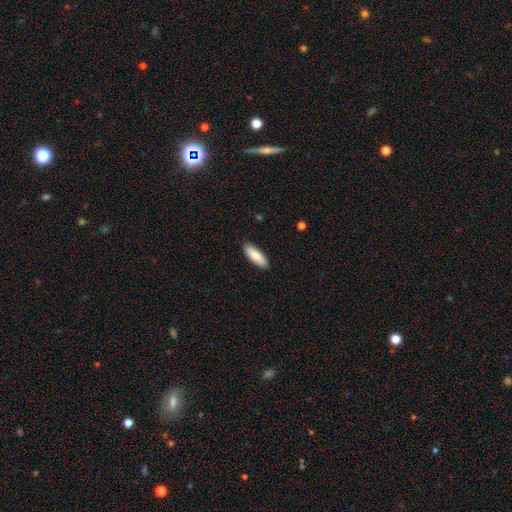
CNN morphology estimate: Smooth or featured? Predicted: smooth (p=0.85). How rounded? Predicted: in between (p=0.60). Merging? Predicted: none (p=0.89).